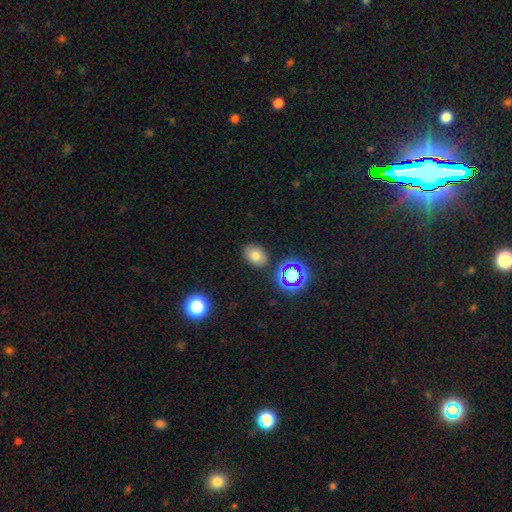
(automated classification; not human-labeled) This is likely a smooth galaxy (72%). How rounded: likely in between (73%). Merging: clearly none (83%).